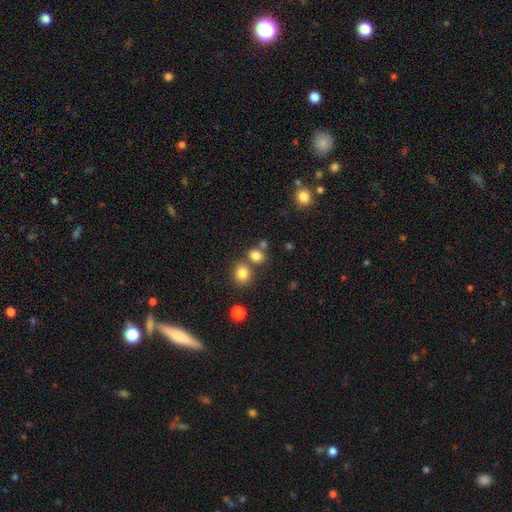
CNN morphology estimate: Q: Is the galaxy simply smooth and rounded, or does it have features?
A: smooth — 81%.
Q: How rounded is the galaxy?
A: round — 66%.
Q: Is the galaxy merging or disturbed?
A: none — 62%.